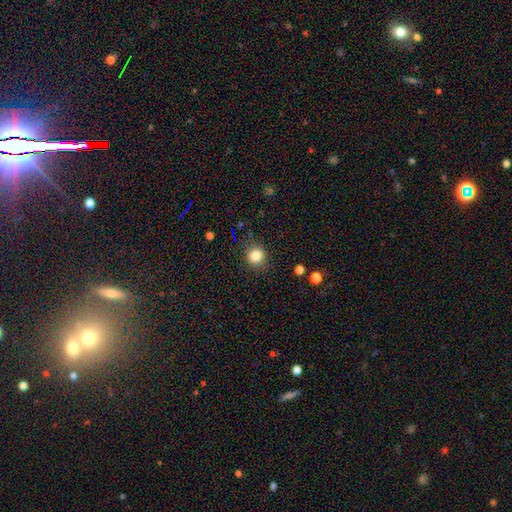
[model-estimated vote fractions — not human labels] A smooth galaxy with no disk features (83%) that is round (88%). Merging: none (86%).